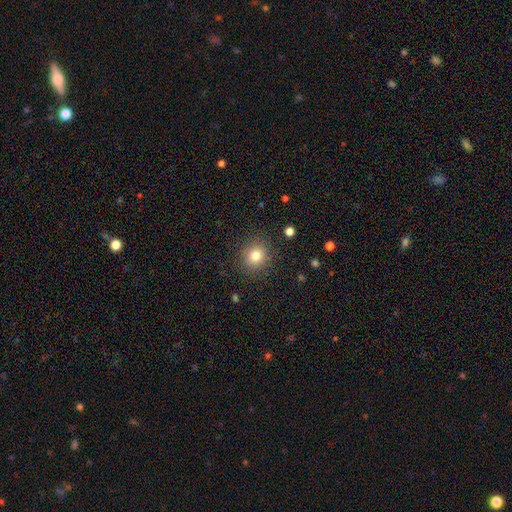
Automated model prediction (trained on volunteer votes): A smooth galaxy with no disk features (80%) that is round (83%).

Vote fractions:
- Smooth or featured? smooth: 80% / star or artifact: 12% / featured or disk: 8%
- How rounded? round: 83% / in between: 16% / cigar-shaped: 1%
- Merging? none: 88% / minor disturbance: 8% / major disturbance: 3% / merger: 1%